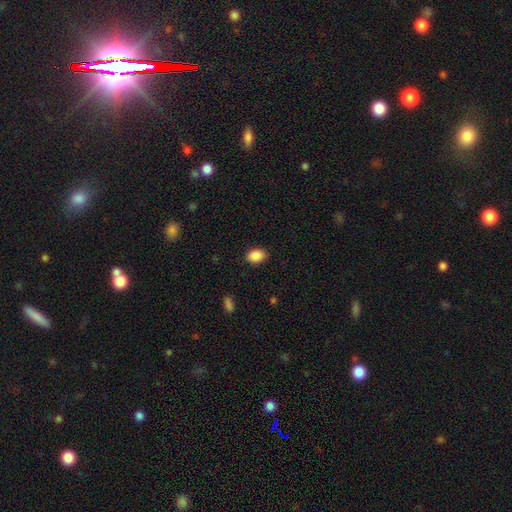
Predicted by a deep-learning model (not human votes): Smooth or featured? Predicted: smooth (p=0.89). How rounded? Predicted: in between (p=0.79). Merging? Predicted: none (p=0.86).